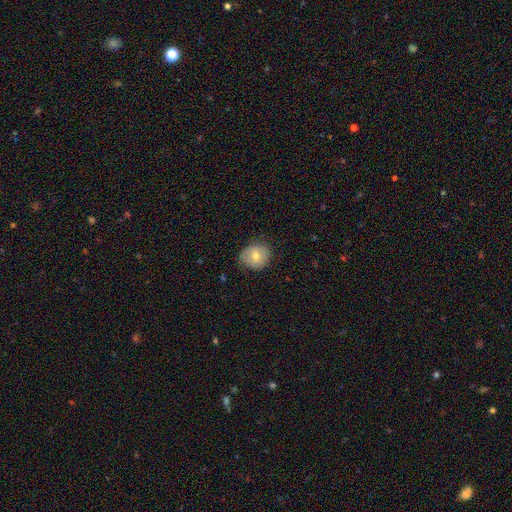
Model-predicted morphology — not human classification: The model was most divided on "smooth or featured": smooth: 65%, featured or disk: 26%, star or artifact: 9%. More confident: merging — none (75%); how rounded — round (72%).